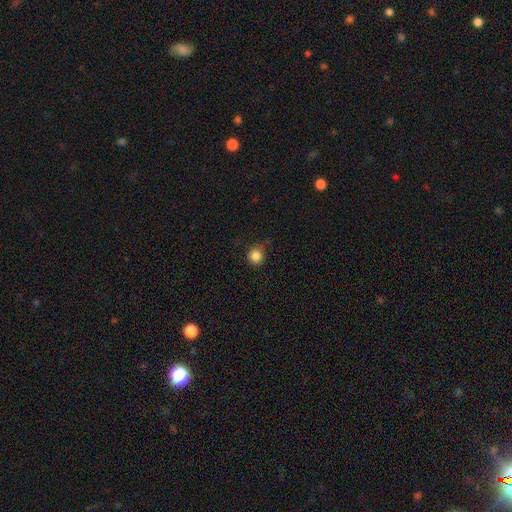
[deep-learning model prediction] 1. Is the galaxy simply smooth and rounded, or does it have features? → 85% smooth, 11% star or artifact, 4% featured or disk.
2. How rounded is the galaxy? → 93% round, 6% in between, 1% cigar-shaped.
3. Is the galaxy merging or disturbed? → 82% none, 13% minor disturbance, 3% major disturbance, 2% merger.